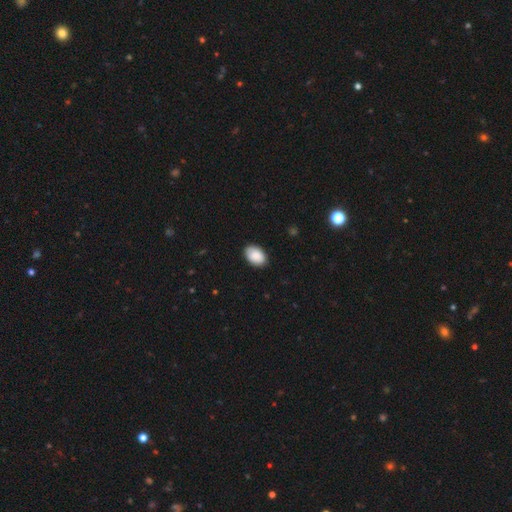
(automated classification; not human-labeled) A smooth galaxy with no disk features (90%) that is in between round and cigar-shaped (88%).

Vote fractions:
- Smooth or featured? smooth: 90% / star or artifact: 6% / featured or disk: 4%
- How rounded? in between: 88% / round: 10% / cigar-shaped: 1%
- Merging? none: 87% / minor disturbance: 10% / major disturbance: 2% / merger: 1%